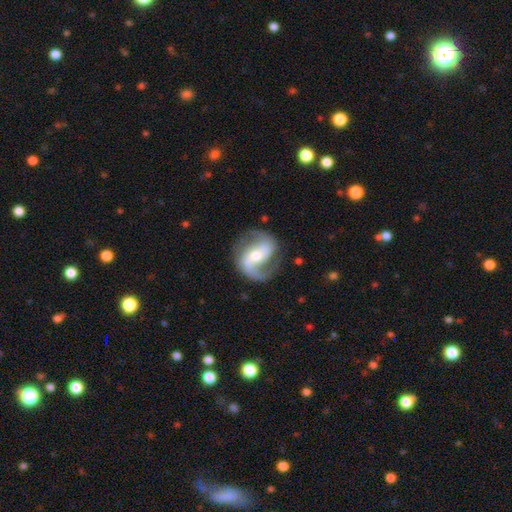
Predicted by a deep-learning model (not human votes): Smooth or featured?
  - featured or disk: 88% *
  - smooth: 8%
  - star or artifact: 5%
Edge-on disk?
  - no: 98% *
  - yes: 2%
Bar?
  - weak: 41% *
  - no: 30%
  - strong: 29%
Spiral arms?
  - yes: 96% *
  - no: 4%
Spiral winding?
  - medium: 50% *
  - loose: 34%
  - tight: 16%
Spiral arm count?
  - 2: 85% *
  - 1: 10%
  - can't tell: 3%
  - 3: 1%
  - 4: 1%
  - more than 4: 1%
Bulge size?
  - moderate: 61% *
  - small: 31%
  - large: 6%
  - none: 1%
  - dominant: 1%
Merging?
  - none: 76% *
  - minor disturbance: 14%
  - major disturbance: 8%
  - merger: 2%